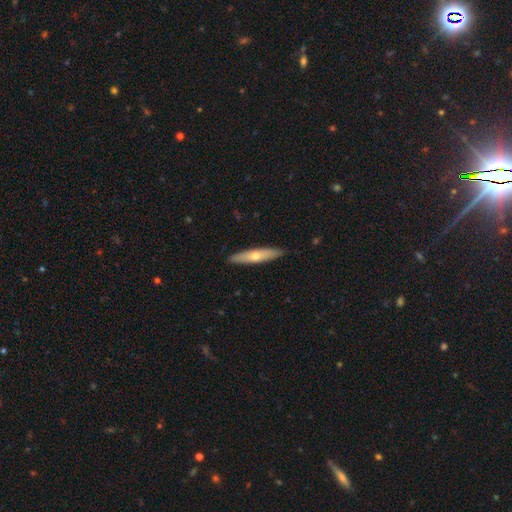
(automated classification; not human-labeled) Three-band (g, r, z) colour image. It shows a smooth galaxy with no disk features (53%) that is cigar-shaped (86%). Merging: none (90%).